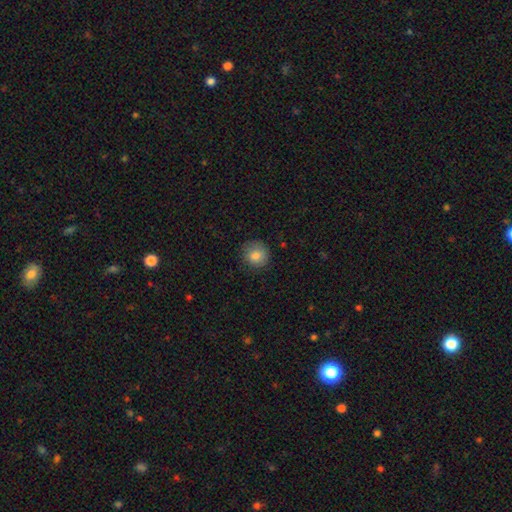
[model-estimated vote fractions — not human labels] Q: Smooth or featured?
A: smooth (83%); runner-up: star or artifact (9%)
Q: How rounded?
A: round (90%); runner-up: in between (9%)
Q: Merging?
A: none (81%); runner-up: minor disturbance (14%)